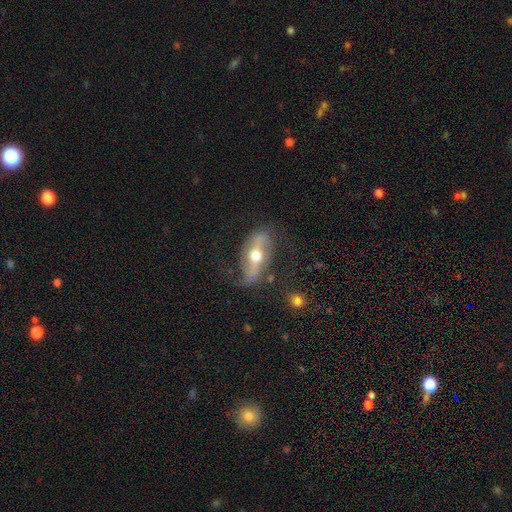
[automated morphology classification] Q: Smooth or featured?
A: featured or disk (73%); runner-up: smooth (22%)
Q: Edge-on disk?
A: no (79%); runner-up: yes (21%)
Q: Bar?
A: strong (50%); runner-up: weak (26%)
Q: Spiral arms?
A: yes (68%); runner-up: no (32%)
Q: Bulge size?
A: moderate (75%); runner-up: large (14%)
Q: Merging?
A: none (62%); runner-up: minor disturbance (20%)